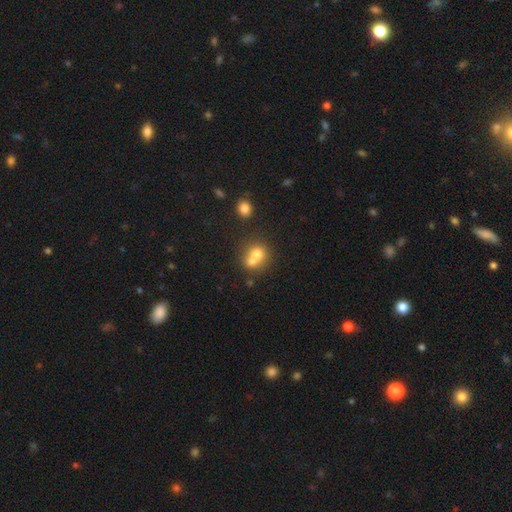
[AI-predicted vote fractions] smooth-or-featured: smooth: 70% | featured or disk: 18% | star or artifact: 12%
  how-rounded: round: 76% | in between: 23% | cigar-shaped: 1%
  merging: merger: 59% | none: 32% | minor disturbance: 6% | major disturbance: 3%